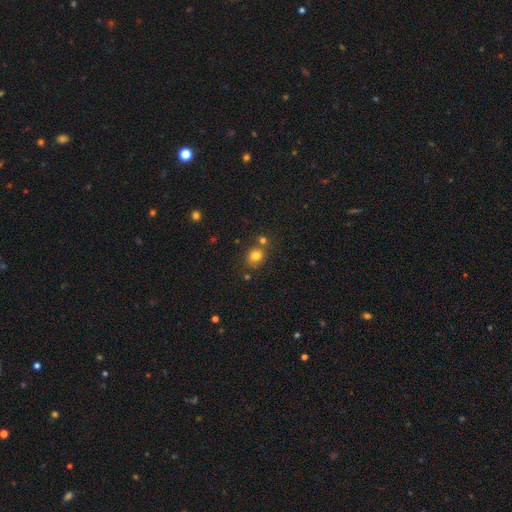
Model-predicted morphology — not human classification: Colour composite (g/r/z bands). It shows a smooth galaxy with no disk features (79%) that is round (69%). Merging: none (67%).